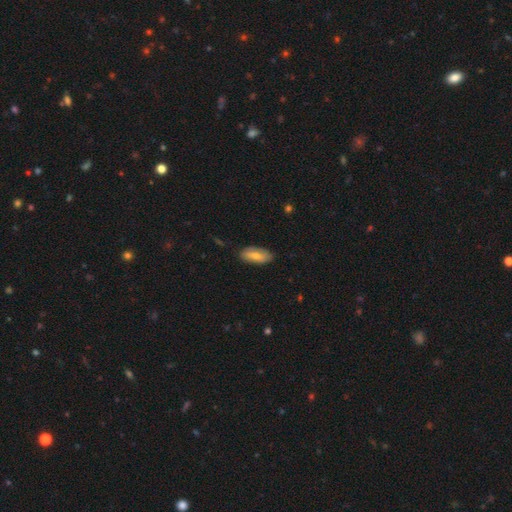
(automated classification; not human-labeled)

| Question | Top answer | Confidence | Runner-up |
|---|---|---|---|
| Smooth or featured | smooth | 66% | featured or disk (28%) |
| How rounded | in between | 85% | cigar-shaped (13%) |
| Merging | none | 81% | minor disturbance (15%) |